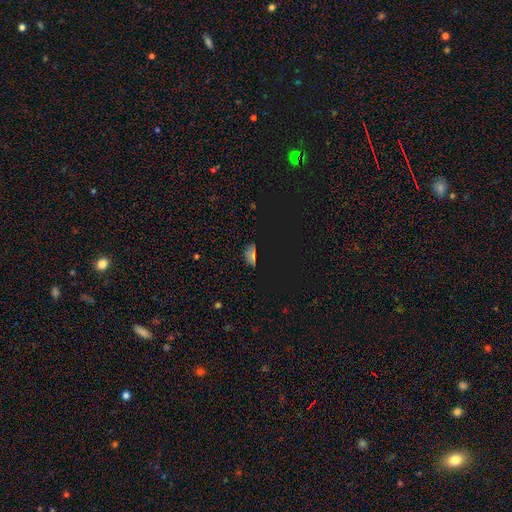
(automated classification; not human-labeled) Smooth or featured: star or artifact — 47% (smooth — 43%)